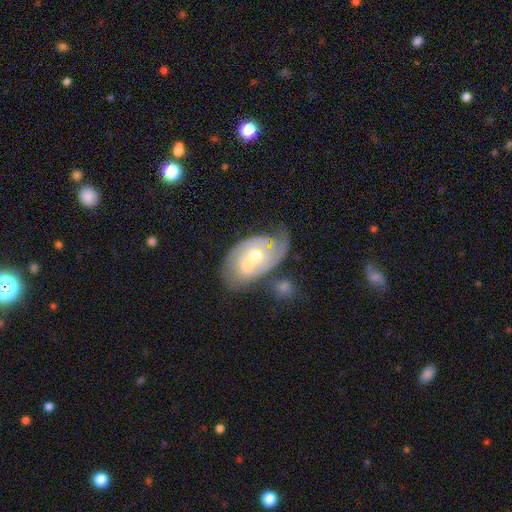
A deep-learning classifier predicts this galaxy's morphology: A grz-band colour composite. It shows a featured or disk galaxy (73%) with no bar (75%), 2 (46%) tight (54%) spiral arms (81%) and a moderate central bulge (63%). Merging: merger (49%).